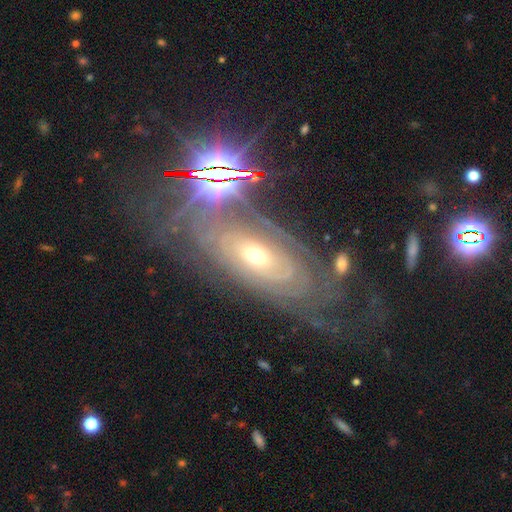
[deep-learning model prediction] featured or disk 75%, star or artifact 15%, smooth 10%. Down the decision tree: edge-on disk — no (90%); bar — no (74%); spiral arms — yes (86%); spiral arm count — can't tell (55%); spiral winding — tight (76%); bulge size — moderate (51%); merging — none (61%).